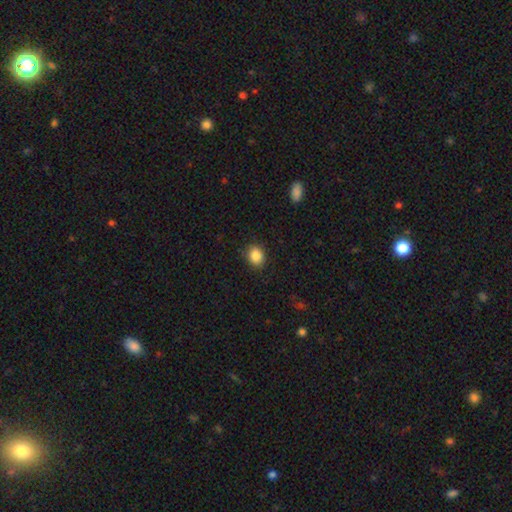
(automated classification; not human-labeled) Smooth or featured? Predicted: smooth (p=0.87). How rounded? Predicted: round (p=0.56). Merging? Predicted: none (p=0.88).